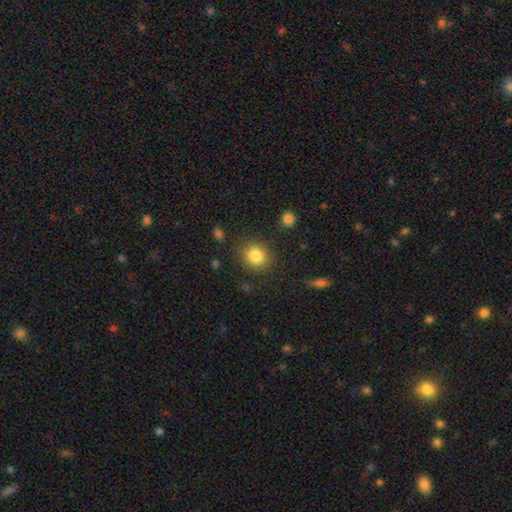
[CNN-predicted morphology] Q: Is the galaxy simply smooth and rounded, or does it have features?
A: smooth — 84%.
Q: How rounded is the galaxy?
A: round — 78%.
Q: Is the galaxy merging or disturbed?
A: none — 84%.